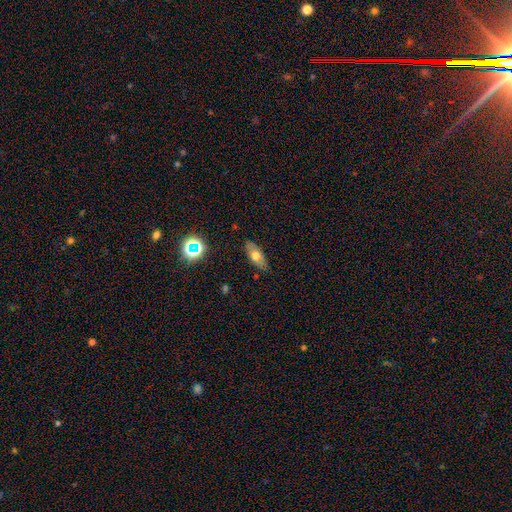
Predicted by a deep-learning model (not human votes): Q: Smooth or featured?
A: smooth (60%); runner-up: featured or disk (30%)
Q: How rounded?
A: in between (77%); runner-up: cigar-shaped (17%)
Q: Merging?
A: none (83%); runner-up: minor disturbance (13%)